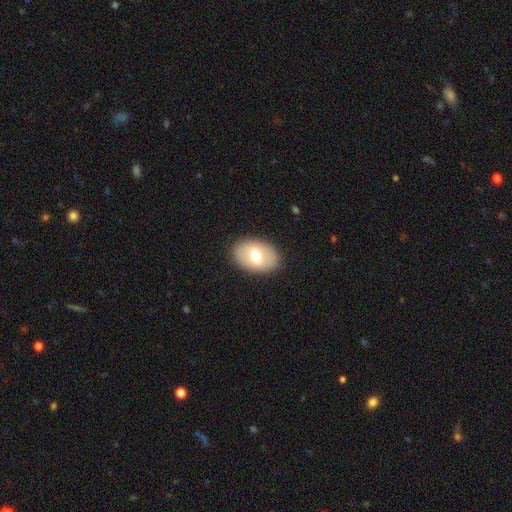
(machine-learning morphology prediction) A smooth galaxy with no disk features (67%) that is in between round and cigar-shaped (85%).

Vote fractions:
- Smooth or featured? smooth: 67% / featured or disk: 26% / star or artifact: 7%
- How rounded? in between: 85% / round: 14% / cigar-shaped: 1%
- Merging? none: 88% / minor disturbance: 9% / major disturbance: 3% / merger: 1%